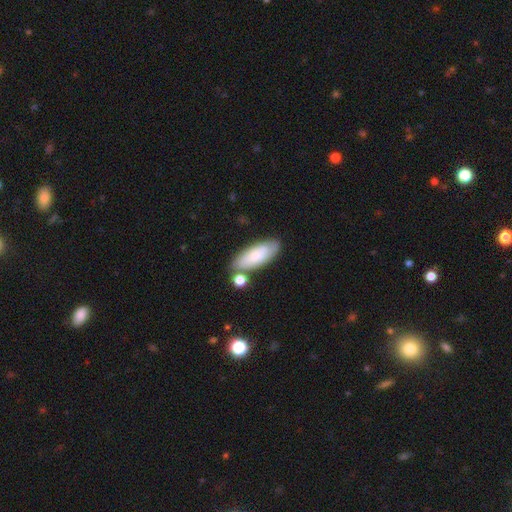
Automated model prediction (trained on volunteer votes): Smooth or featured: smooth — 69% (featured or disk — 25%)
How rounded: in between — 74% (cigar-shaped — 24%)
Merging: none — 65% (minor disturbance — 16%)